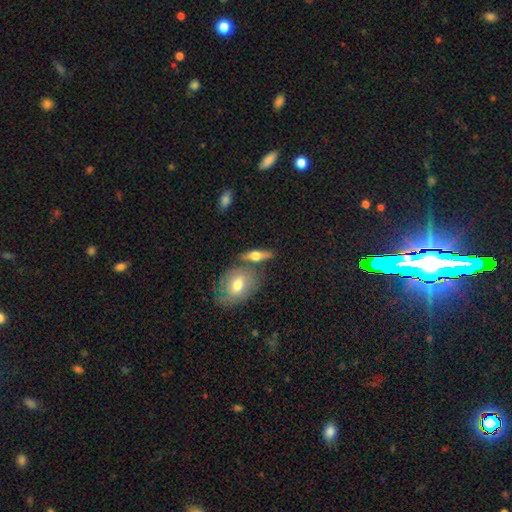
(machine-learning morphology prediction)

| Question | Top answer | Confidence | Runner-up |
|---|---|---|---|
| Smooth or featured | featured or disk | 50% | smooth (43%) |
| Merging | none | 64% | merger (19%) |